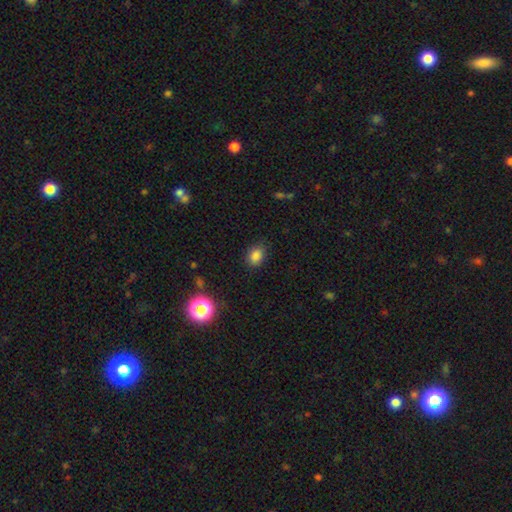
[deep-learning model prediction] Smooth or featured: smooth — 82% (star or artifact — 13%)
How rounded: in between — 58% (round — 40%)
Merging: none — 82% (minor disturbance — 14%)